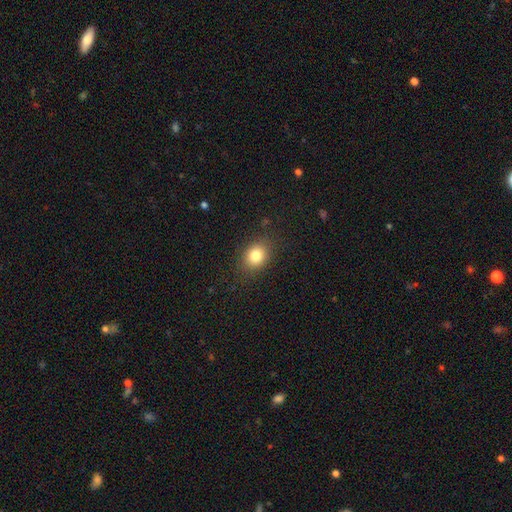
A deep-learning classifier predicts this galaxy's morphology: A smooth galaxy with no disk features (82%) that is in between round and cigar-shaped (52%).

Vote fractions:
- Smooth or featured? smooth: 82% / star or artifact: 11% / featured or disk: 8%
- How rounded? in between: 52% / round: 47% / cigar-shaped: 1%
- Merging? none: 84% / minor disturbance: 11% / major disturbance: 4% / merger: 1%